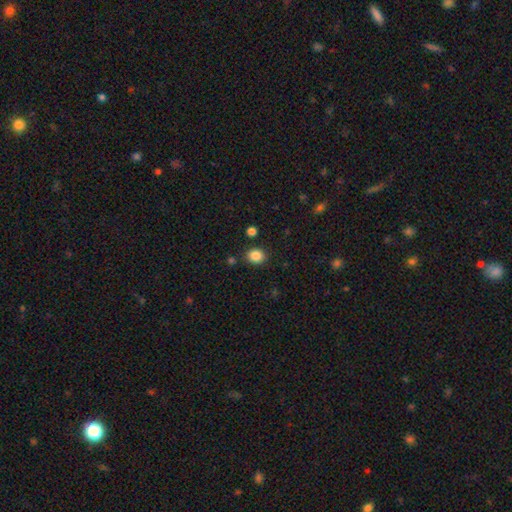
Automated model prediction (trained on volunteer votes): smooth_or_featured: smooth (p=0.86) [alt: star or artifact p=0.10]
how_rounded: round (p=0.70) [alt: in between p=0.29]
merging: none (p=0.85) [alt: minor disturbance p=0.08]